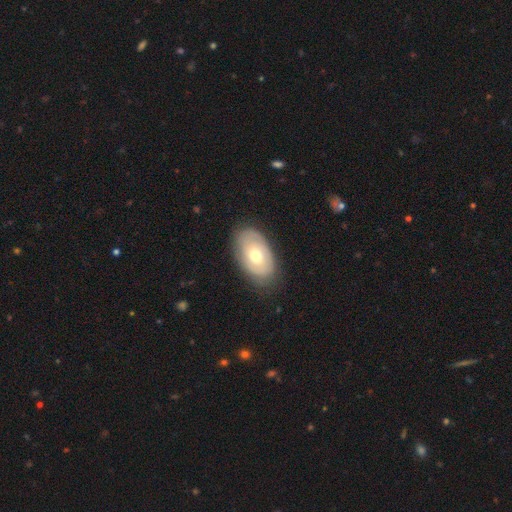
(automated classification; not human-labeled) Smooth or featured? smooth (48%)
Merging? none (79%)